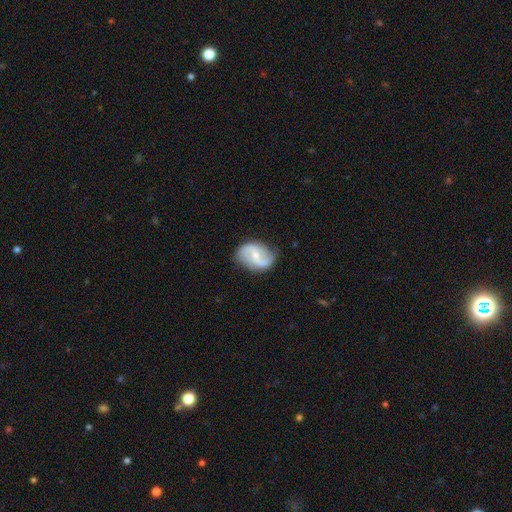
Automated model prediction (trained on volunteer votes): Smooth or featured? Predicted: featured or disk (p=0.77). Edge-on disk? Predicted: no (p=0.97). Bar? Predicted: weak (p=0.47). Spiral arms? Predicted: yes (p=0.92). Spiral winding? Predicted: loose (p=0.56). Spiral arm count? Predicted: 2 (p=0.91). Bulge size? Predicted: small (p=0.54). Merging? Predicted: none (p=0.75).